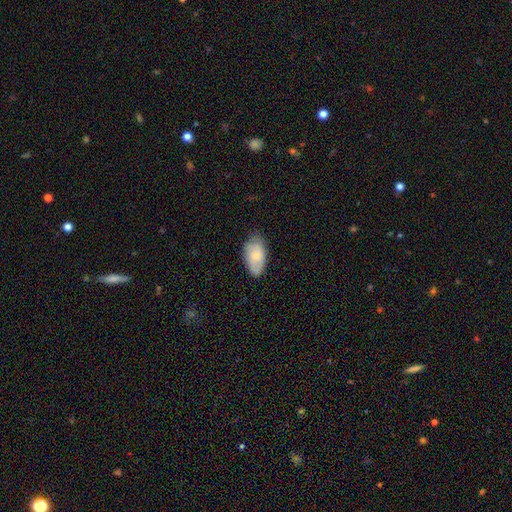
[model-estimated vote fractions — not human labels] Smooth or featured: smooth — 72% (featured or disk — 21%)
How rounded: in between — 93% (round — 3%)
Merging: none — 69% (minor disturbance — 25%)